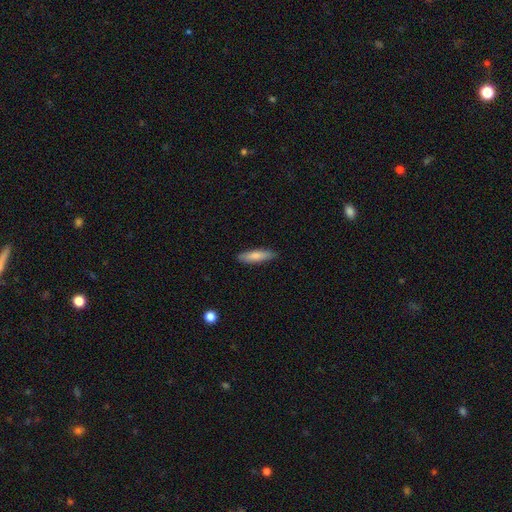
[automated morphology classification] Q: Smooth or featured?
A: smooth (81%); runner-up: featured or disk (14%)
Q: How rounded?
A: cigar-shaped (70%); runner-up: in between (29%)
Q: Merging?
A: none (88%); runner-up: minor disturbance (9%)